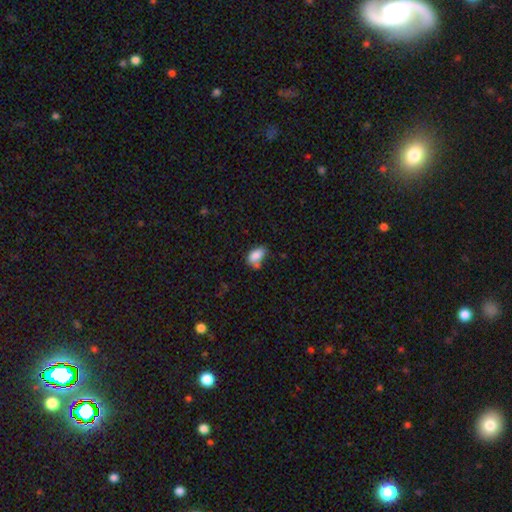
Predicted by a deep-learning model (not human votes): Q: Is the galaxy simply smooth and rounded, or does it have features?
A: smooth — 83%.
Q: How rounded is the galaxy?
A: in between — 90%.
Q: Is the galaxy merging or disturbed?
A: none — 44%.